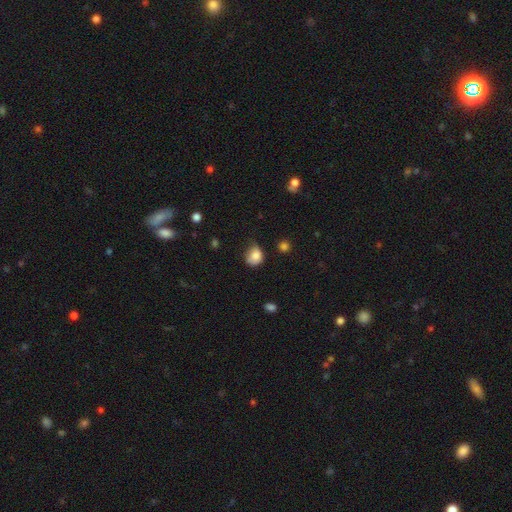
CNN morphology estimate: This is clearly a smooth galaxy (82%). How rounded: possibly round (57%). Merging: marginally none (43%).